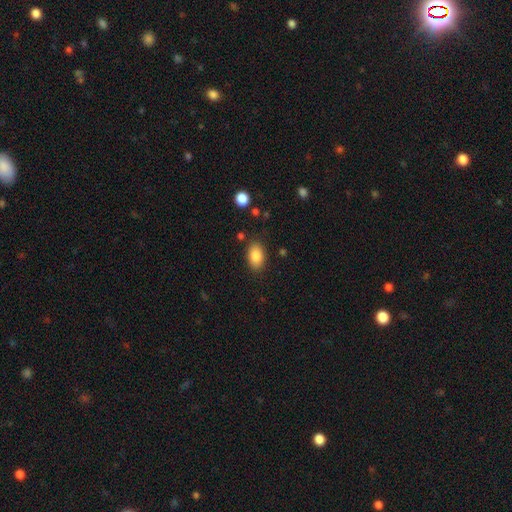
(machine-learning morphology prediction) Overall: smooth (86%). How rounded: in between (89%). Merging: none (83%).